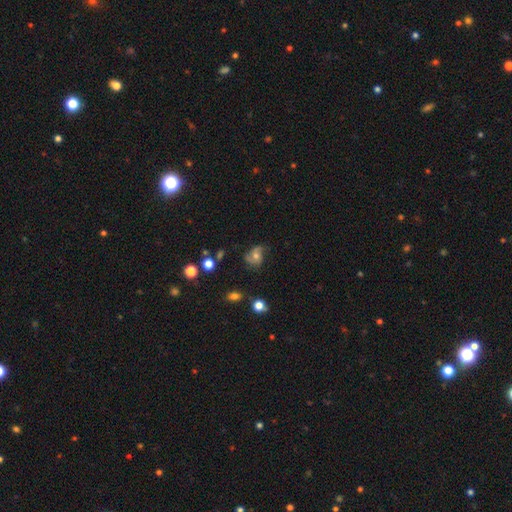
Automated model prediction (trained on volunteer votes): The model was most divided on "smooth or featured": featured or disk: 48%, smooth: 39%, star or artifact: 13%. More confident: merging — none (52%).